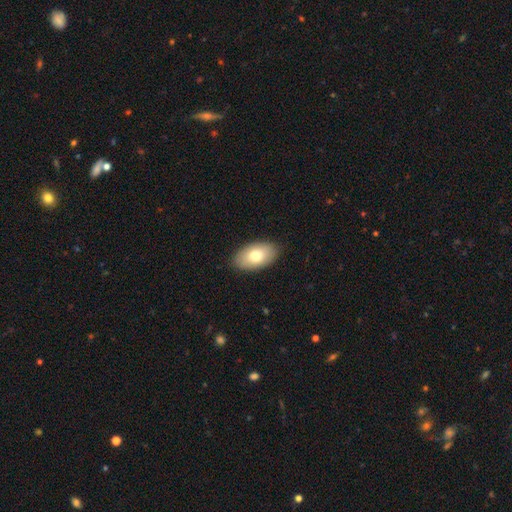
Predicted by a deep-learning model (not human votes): This is likely a smooth galaxy (76%). How rounded: clearly in between (94%). Merging: clearly none (88%).